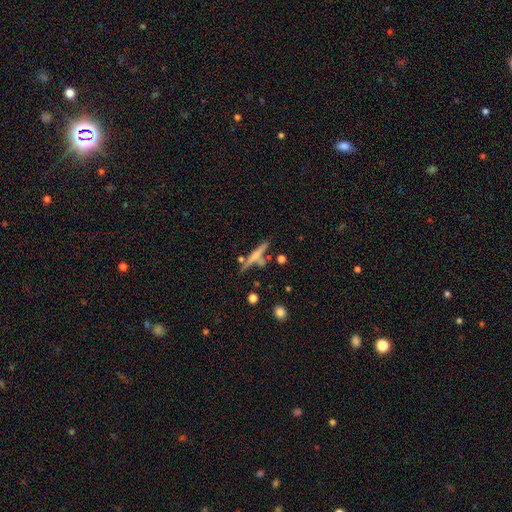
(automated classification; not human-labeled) Smooth or featured?
  - featured or disk: 47% *
  - smooth: 44%
  - star or artifact: 8%
Merging?
  - none: 67% *
  - merger: 15%
  - minor disturbance: 13%
  - major disturbance: 5%